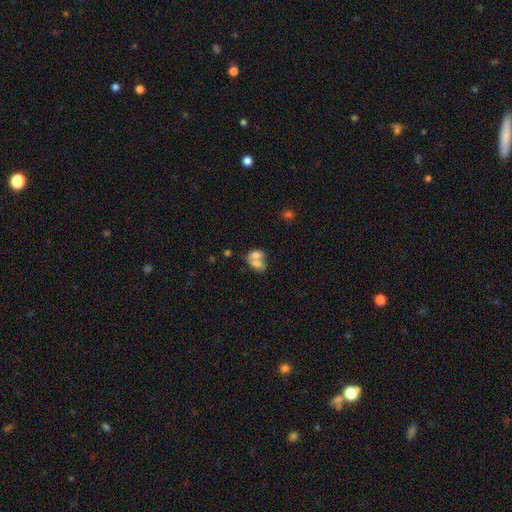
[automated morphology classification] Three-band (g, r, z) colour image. It shows a smooth galaxy with no disk features (68%) that is in between round and cigar-shaped (74%). Merging: merger (71%).